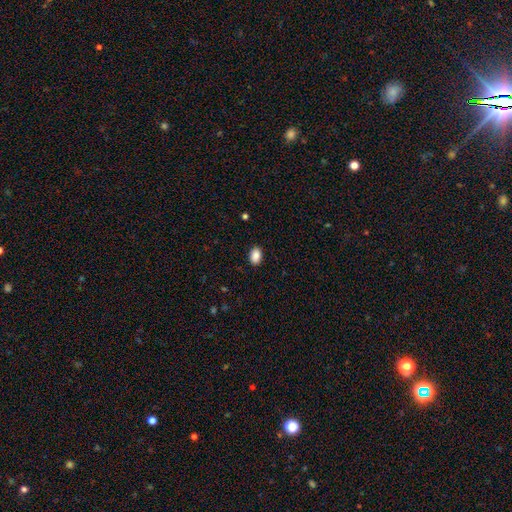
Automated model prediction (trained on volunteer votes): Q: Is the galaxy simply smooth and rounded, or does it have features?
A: smooth — 89%.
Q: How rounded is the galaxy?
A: in between — 86%.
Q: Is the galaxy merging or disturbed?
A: none — 89%.